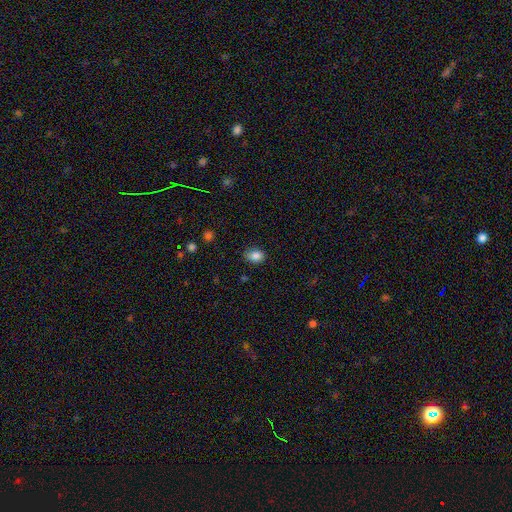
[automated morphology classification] smooth_or_featured: smooth (p=0.85) [alt: star or artifact p=0.09]
how_rounded: in between (p=0.71) [alt: round p=0.28]
merging: none (p=0.79) [alt: minor disturbance p=0.17]